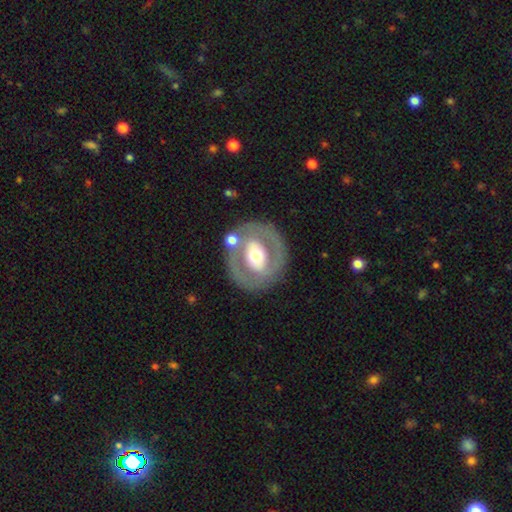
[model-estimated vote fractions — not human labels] smooth_or_featured: featured or disk (p=0.65) [alt: smooth p=0.29]
disk_edge_on: no (p=0.95) [alt: yes p=0.05]
bar: no (p=0.43) [alt: weak p=0.30]
has_spiral_arms: no (p=0.71) [alt: yes p=0.29]
bulge_size: moderate (p=0.63) [alt: large p=0.26]
merging: none (p=0.75) [alt: minor disturbance p=0.12]